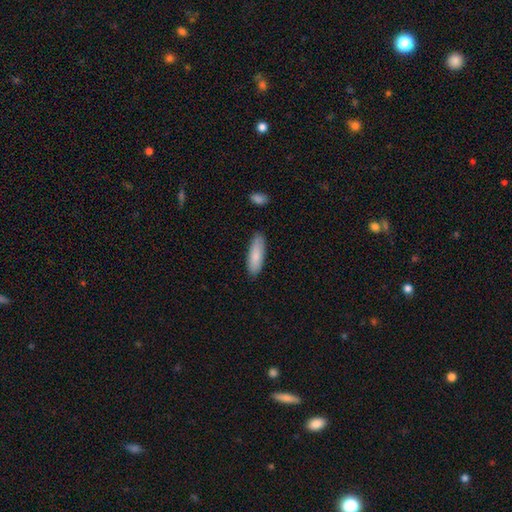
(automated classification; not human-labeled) Smooth or featured: smooth — 85% (featured or disk — 9%)
How rounded: in between — 52% (cigar-shaped — 47%)
Merging: none — 83% (minor disturbance — 13%)